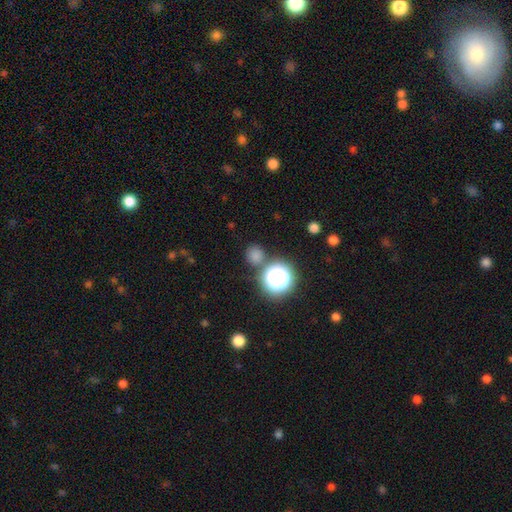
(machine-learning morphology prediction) A smooth galaxy with no disk features (71%) that is round (90%).

Vote fractions:
- Smooth or featured? smooth: 71% / star or artifact: 23% / featured or disk: 6%
- How rounded? round: 90% / in between: 9% / cigar-shaped: 1%
- Merging? none: 75% / merger: 12% / minor disturbance: 9% / major disturbance: 4%